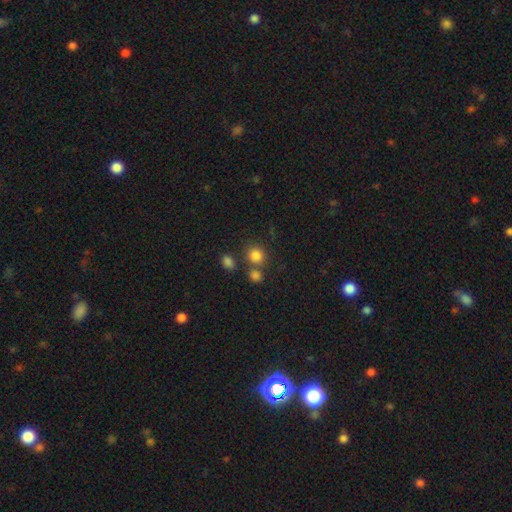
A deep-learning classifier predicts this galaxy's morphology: This is clearly a smooth galaxy (81%). How rounded: clearly round (84%). Merging: likely none (65%).